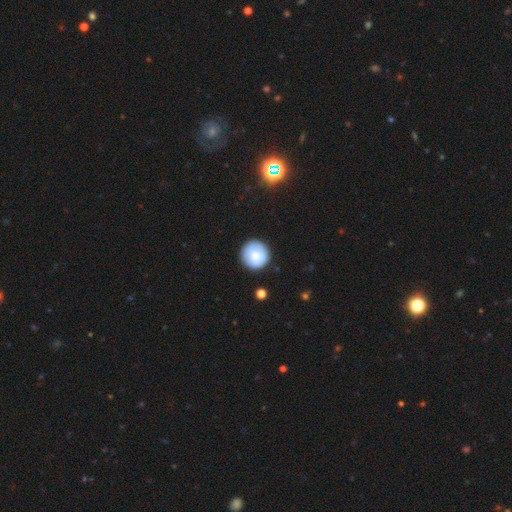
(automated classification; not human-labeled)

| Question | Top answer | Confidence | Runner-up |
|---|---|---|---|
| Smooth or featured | smooth | 83% | featured or disk (10%) |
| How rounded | round | 95% | in between (4%) |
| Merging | none | 87% | minor disturbance (9%) |